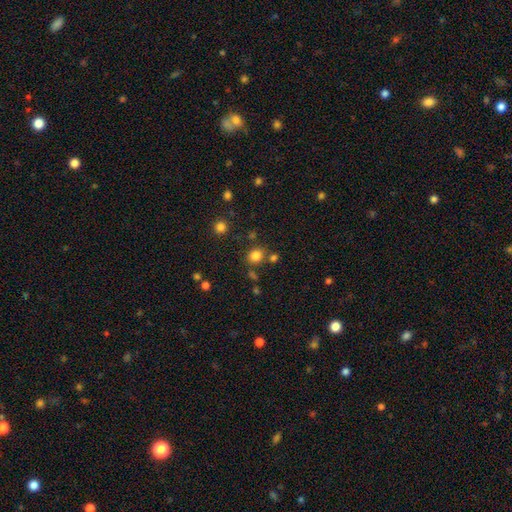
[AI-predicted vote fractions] A smooth galaxy with no disk features (80%) that is round (71%). Merging: none (76%).